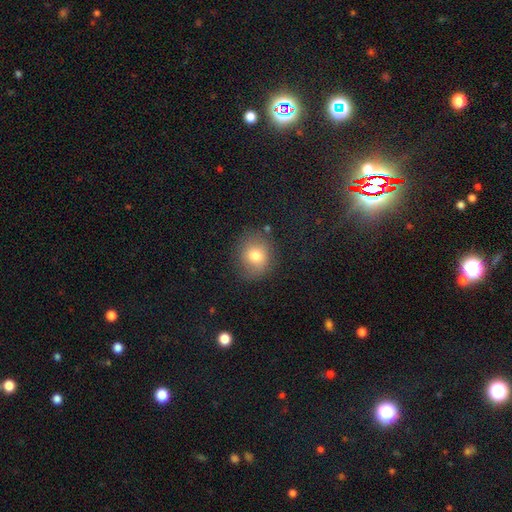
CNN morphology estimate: This is likely a smooth galaxy (76%). How rounded: likely round (70%). Merging: likely none (76%).